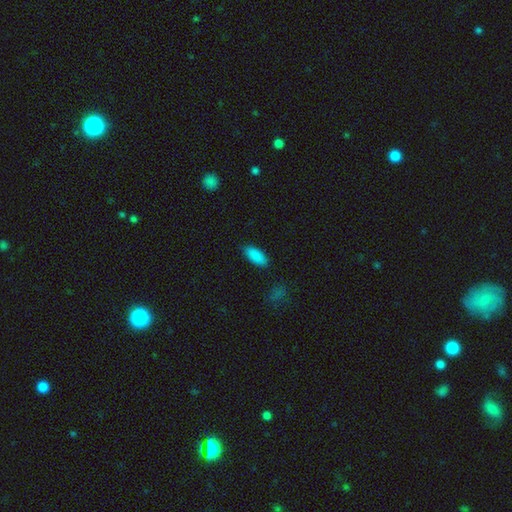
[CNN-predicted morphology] A smooth galaxy with no disk features (89%) that is in between round and cigar-shaped (86%). Merging: none (87%).